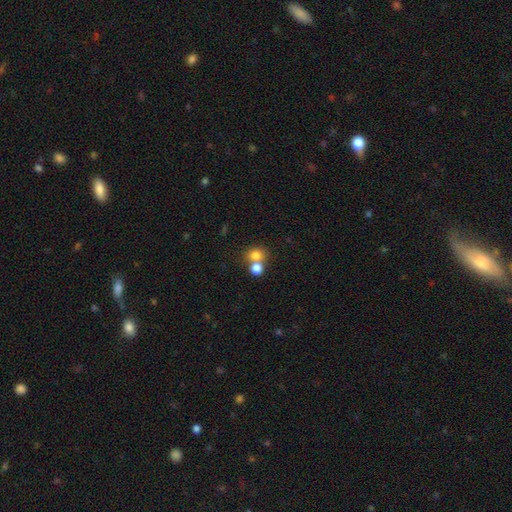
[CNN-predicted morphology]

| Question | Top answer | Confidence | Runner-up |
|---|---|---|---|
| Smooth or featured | smooth | 78% | star or artifact (12%) |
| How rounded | round | 72% | in between (27%) |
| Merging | merger | 47% | none (43%) |